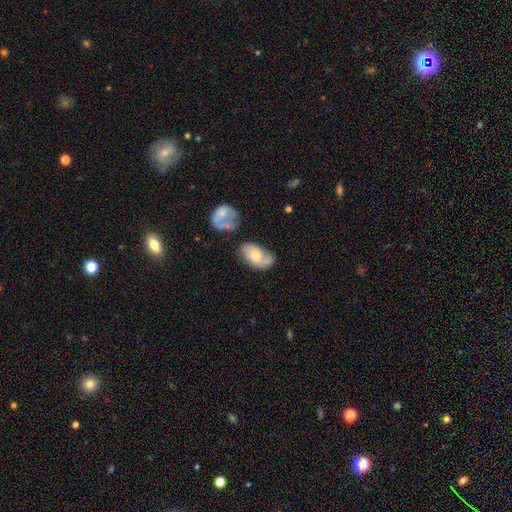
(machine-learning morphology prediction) A featured or disk galaxy (52%).

Vote fractions:
- Smooth or featured? featured or disk: 52% / smooth: 41% / star or artifact: 7%
- Edge-on disk? no: 95% / yes: 5%
- Merging? none: 48% / minor disturbance: 28% / major disturbance: 14% / merger: 11%